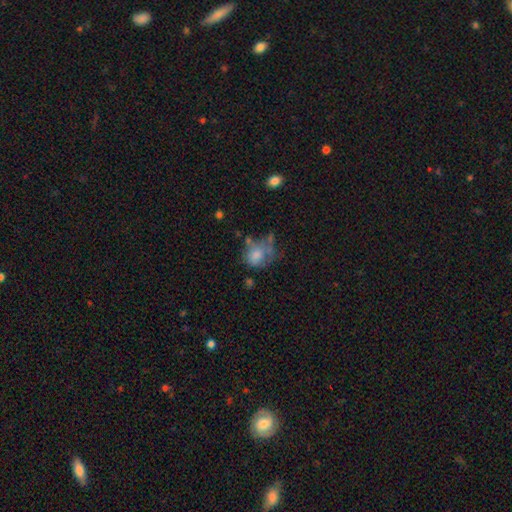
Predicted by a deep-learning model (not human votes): Smooth or featured? Predicted: smooth (p=0.66). How rounded? Predicted: round (p=0.56). Merging? Predicted: major disturbance (p=0.30).